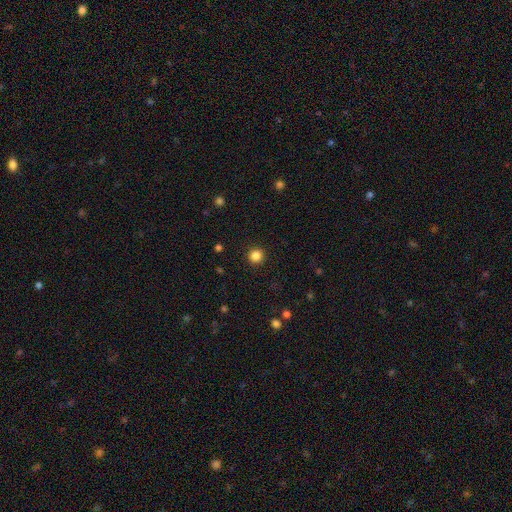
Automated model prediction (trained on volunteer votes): The model was most divided on "smooth or featured": smooth: 85%, star or artifact: 11%, featured or disk: 3%. More confident: how rounded — round (95%); merging — none (92%).